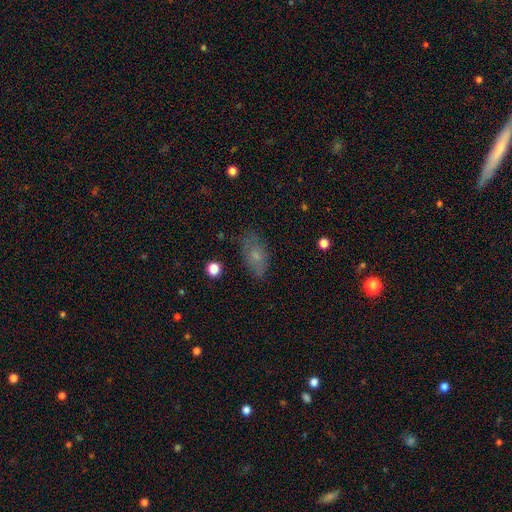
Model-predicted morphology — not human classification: This appears to be a smooth galaxy with no disk features (66%) that is in between round and cigar-shaped (87%). Merging: none (71%).